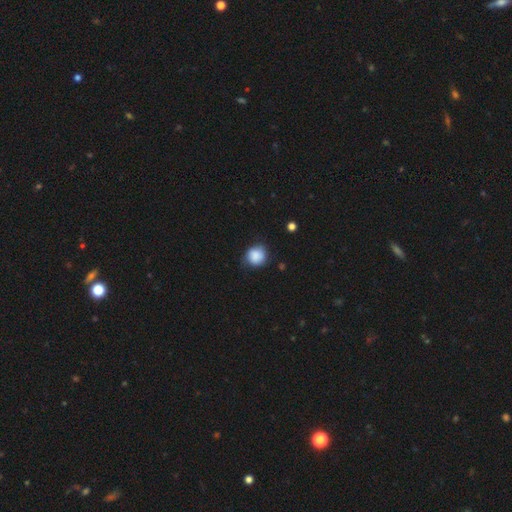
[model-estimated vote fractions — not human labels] smooth-or-featured: smooth: 84% | featured or disk: 8% | star or artifact: 8%
  how-rounded: round: 85% | in between: 14% | cigar-shaped: 1%
  merging: none: 68% | minor disturbance: 25% | major disturbance: 6% | merger: 2%